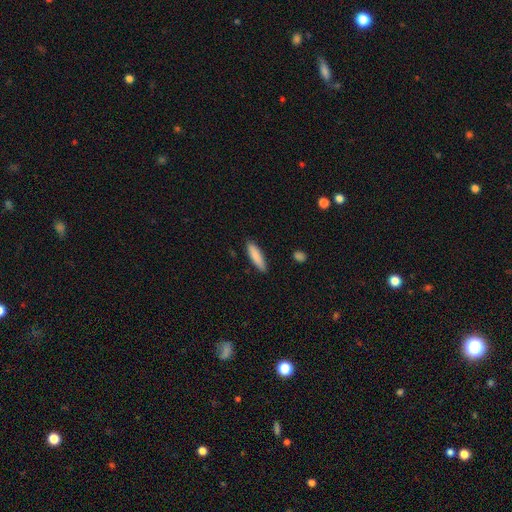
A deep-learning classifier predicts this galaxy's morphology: Smooth or featured? Predicted: smooth (p=0.86). How rounded? Predicted: cigar-shaped (p=0.71). Merging? Predicted: none (p=0.87).